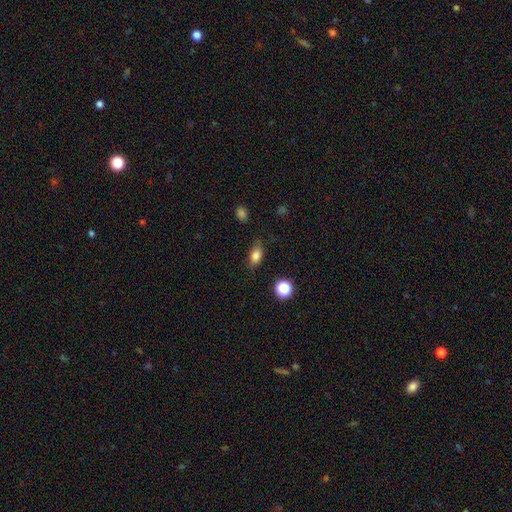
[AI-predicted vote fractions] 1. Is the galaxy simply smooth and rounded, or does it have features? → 81% smooth, 11% star or artifact, 8% featured or disk.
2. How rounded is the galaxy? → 80% in between, 15% round, 5% cigar-shaped.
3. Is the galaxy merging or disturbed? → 77% none, 17% minor disturbance, 4% major disturbance, 2% merger.